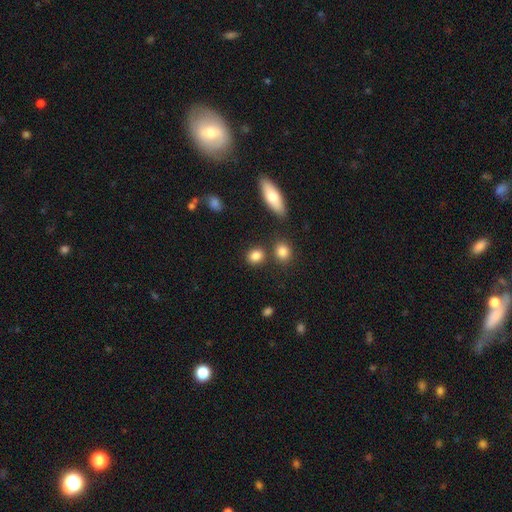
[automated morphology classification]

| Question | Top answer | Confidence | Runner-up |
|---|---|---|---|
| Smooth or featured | smooth | 85% | star or artifact (9%) |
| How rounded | round | 64% | in between (34%) |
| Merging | none | 77% | merger (10%) |